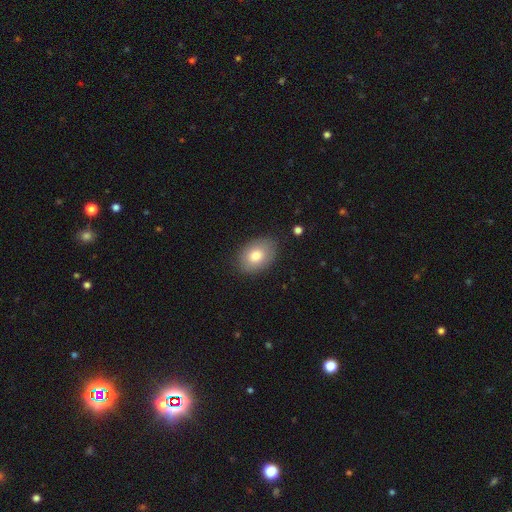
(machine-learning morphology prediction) The model was most divided on "how rounded": in between: 82%, round: 17%, cigar-shaped: 1%. More confident: merging — none (83%); smooth or featured — smooth (79%).